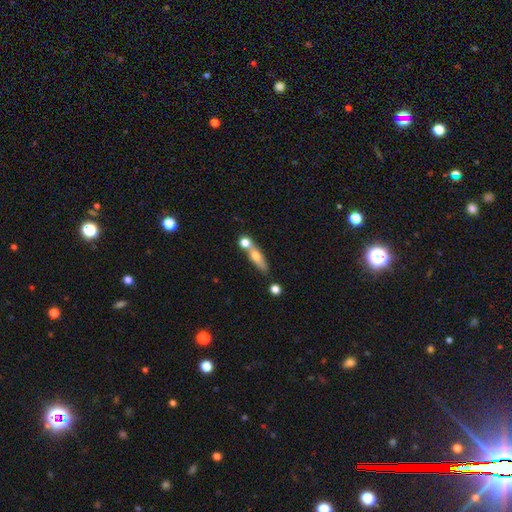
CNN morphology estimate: A smooth galaxy with no disk features (58%) that is cigar-shaped (63%). Merging: none (51%).